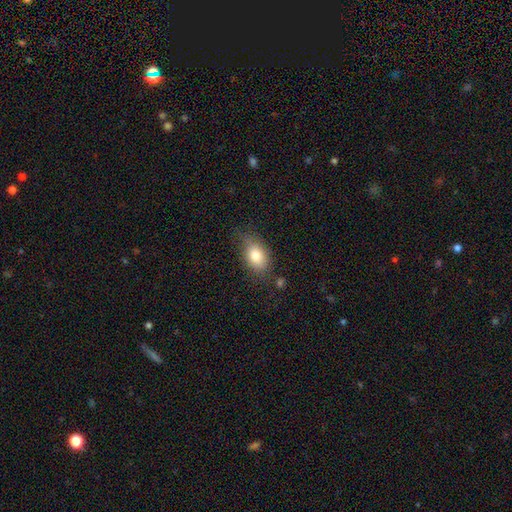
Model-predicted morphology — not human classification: Smooth or featured? smooth (80%)
How rounded? in between (83%)
Merging? none (63%)